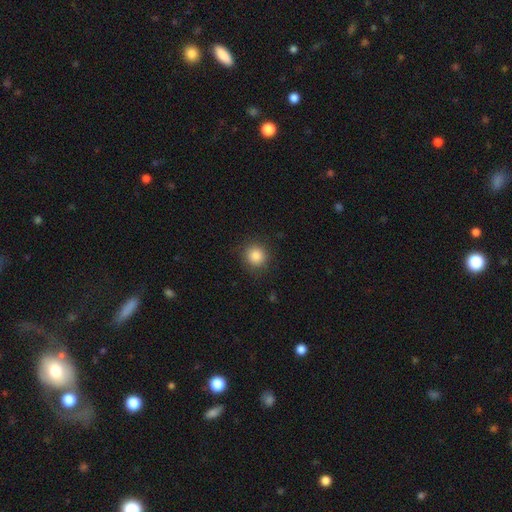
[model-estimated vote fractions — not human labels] Q: Smooth or featured?
A: smooth (85%); runner-up: star or artifact (10%)
Q: How rounded?
A: round (91%); runner-up: in between (8%)
Q: Merging?
A: none (88%); runner-up: minor disturbance (8%)